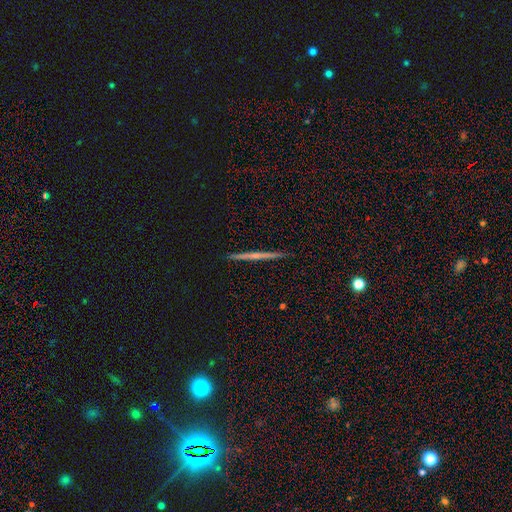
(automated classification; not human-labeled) Smooth or featured?
  - featured or disk: 62% *
  - smooth: 31%
  - star or artifact: 7%
Edge-on disk?
  - yes: 98% *
  - no: 2%
Edge-on bulge?
  - none: 71% *
  - rounded: 23%
  - boxy: 5%
Merging?
  - none: 93% *
  - minor disturbance: 5%
  - major disturbance: 1%
  - merger: 1%